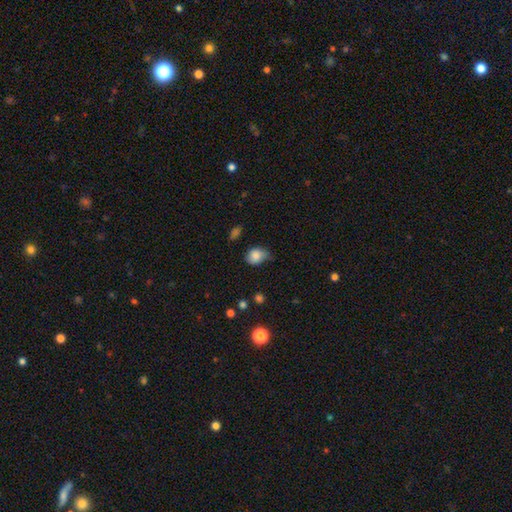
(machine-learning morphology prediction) This is clearly a smooth galaxy (81%). How rounded: possibly in between (56%). Merging: marginally minor disturbance (44%).